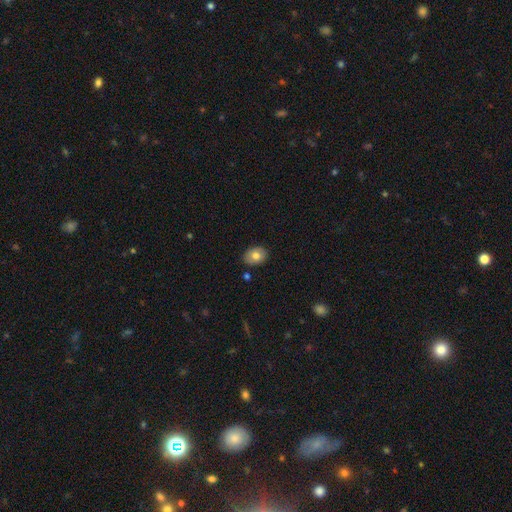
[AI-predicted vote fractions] smooth-or-featured: smooth: 78% | featured or disk: 14% | star or artifact: 8%
  how-rounded: in between: 73% | round: 26% | cigar-shaped: 1%
  merging: none: 85% | minor disturbance: 11% | merger: 2% | major disturbance: 2%